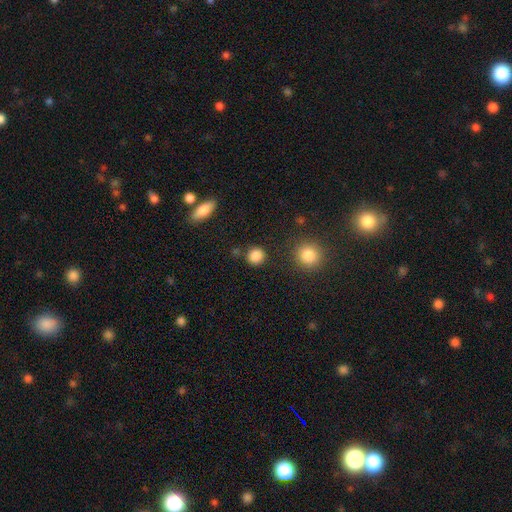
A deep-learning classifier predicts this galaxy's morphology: Smooth or featured? smooth (86%)
How rounded? round (89%)
Merging? none (84%)